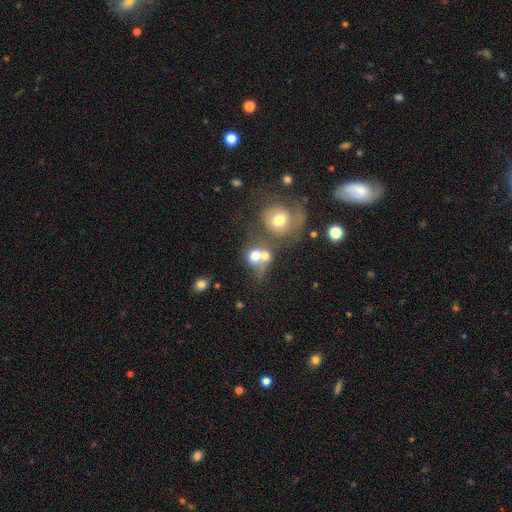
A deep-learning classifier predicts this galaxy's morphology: Overall: smooth (67%). How rounded: round (72%). Merging: merger (58%; none 23%).